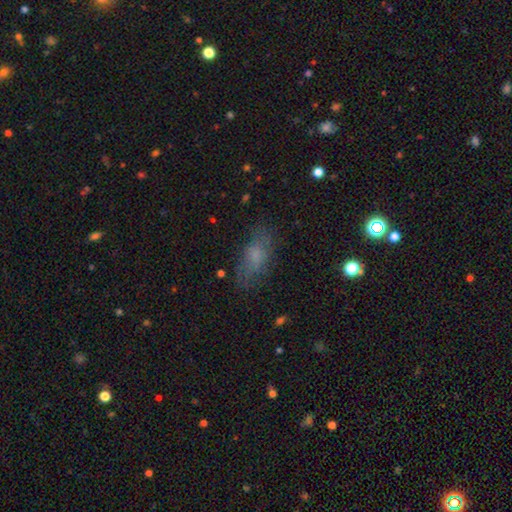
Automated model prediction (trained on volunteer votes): Smooth or featured? Predicted: smooth (p=0.63). How rounded? Predicted: in between (p=0.80). Merging? Predicted: none (p=0.70).